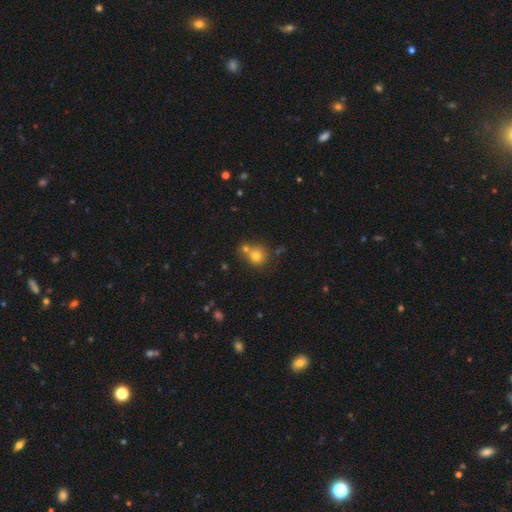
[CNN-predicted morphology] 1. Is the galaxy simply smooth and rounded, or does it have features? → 76% smooth, 14% star or artifact, 11% featured or disk.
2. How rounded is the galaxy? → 86% round, 13% in between, 1% cigar-shaped.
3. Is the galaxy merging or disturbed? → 55% none, 32% merger, 10% minor disturbance, 3% major disturbance.